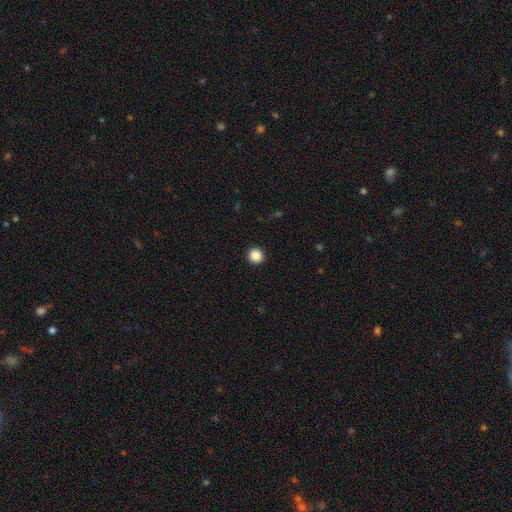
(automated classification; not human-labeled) Smooth or featured?
  - smooth: 88% *
  - star or artifact: 9%
  - featured or disk: 3%
How rounded?
  - round: 93% *
  - in between: 6%
  - cigar-shaped: 1%
Merging?
  - none: 92% *
  - minor disturbance: 5%
  - major disturbance: 2%
  - merger: 1%